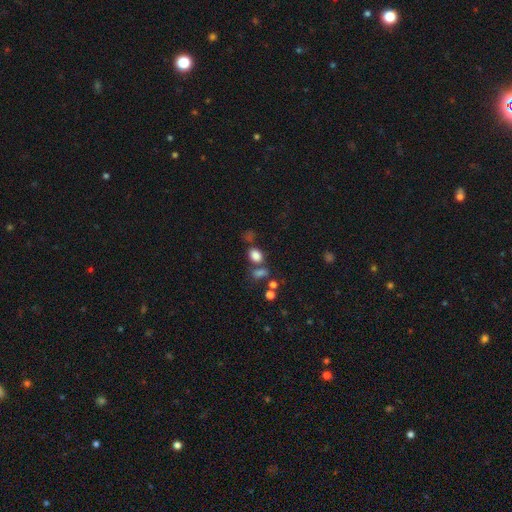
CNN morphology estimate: Smooth or featured?
  - smooth: 80% *
  - star or artifact: 13%
  - featured or disk: 6%
How rounded?
  - in between: 69% *
  - round: 29%
  - cigar-shaped: 2%
Merging?
  - none: 55% *
  - merger: 26%
  - minor disturbance: 13%
  - major disturbance: 6%